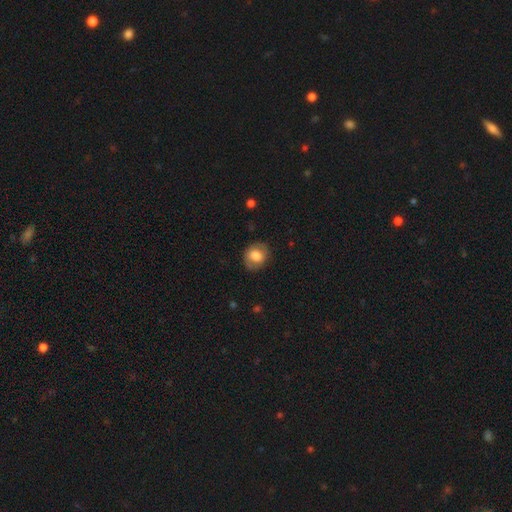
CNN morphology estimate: smooth-or-featured: smooth: 71% | featured or disk: 22% | star or artifact: 8%
  how-rounded: round: 60% | in between: 39% | cigar-shaped: 1%
  merging: none: 78% | minor disturbance: 15% | major disturbance: 5% | merger: 1%